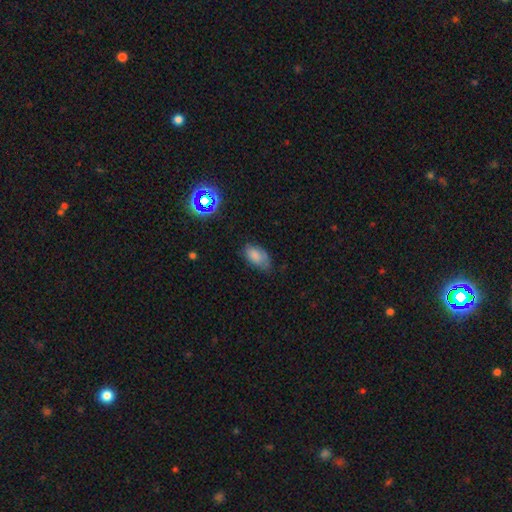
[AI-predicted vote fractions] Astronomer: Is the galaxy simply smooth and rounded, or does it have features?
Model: smooth — 75%.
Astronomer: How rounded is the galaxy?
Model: in between — 92%.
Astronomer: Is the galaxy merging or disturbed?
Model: none — 55% (runner-up: minor disturbance, 33%).